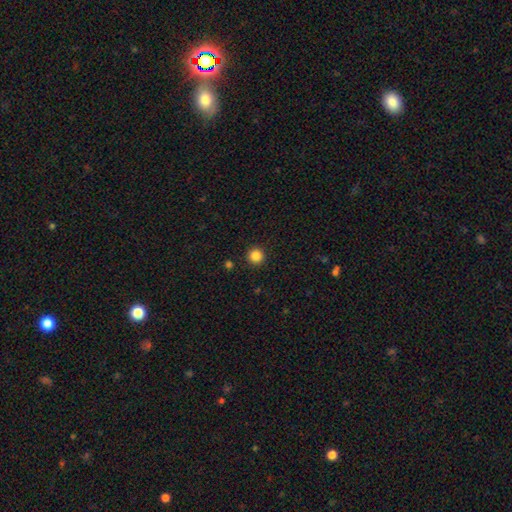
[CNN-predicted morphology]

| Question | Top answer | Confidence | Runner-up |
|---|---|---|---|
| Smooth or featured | smooth | 86% | star or artifact (11%) |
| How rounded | round | 96% | in between (3%) |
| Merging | none | 93% | minor disturbance (4%) |